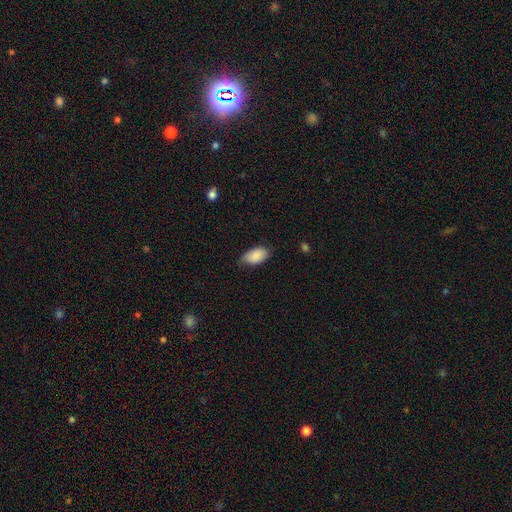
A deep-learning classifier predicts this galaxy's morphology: type=smooth (88%); roundness=in between (95%); merging=none (65%).